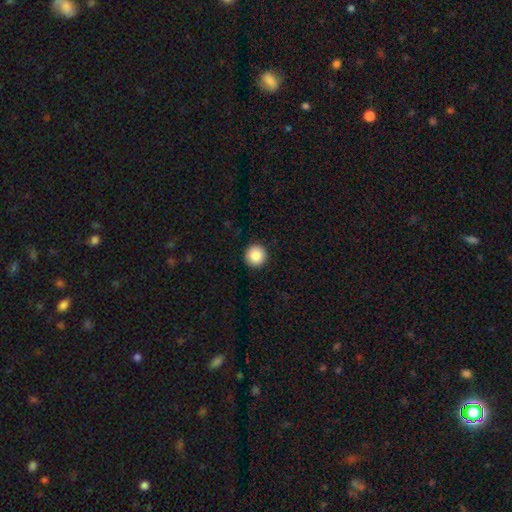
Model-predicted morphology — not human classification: A smooth galaxy with no disk features (87%) that is round (96%). Merging: none (93%).